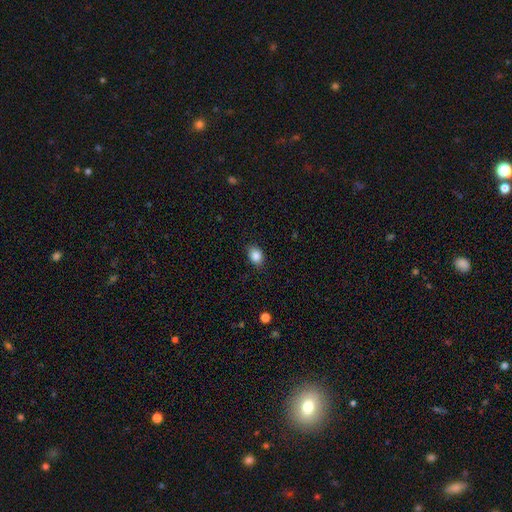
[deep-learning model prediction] This appears to be a smooth galaxy with no disk features (86%) that is in between round and cigar-shaped (68%). Merging: none (84%).